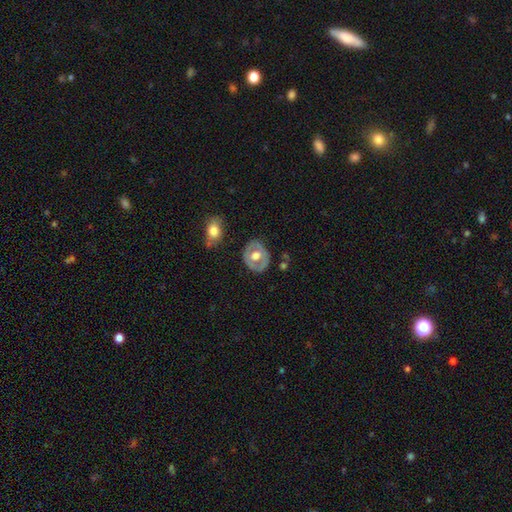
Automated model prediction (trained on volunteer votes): This appears to be a featured or disk galaxy (50%). Merging: none (78%).